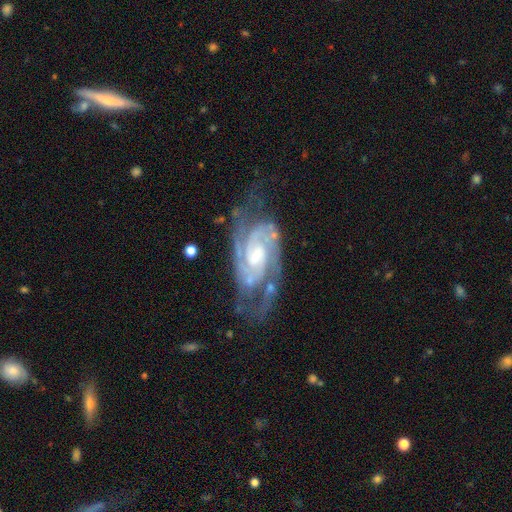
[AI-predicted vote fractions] Overall: featured or disk (92%). Edge-on disk: no (96%). Bar: no (45%; weak 43%). Spiral arms: yes (98%). Spiral arm count: 2 (68%). Spiral winding: tight (58%; medium 37%). Bulge size: moderate (46%; small 42%). Merging: none (64%).